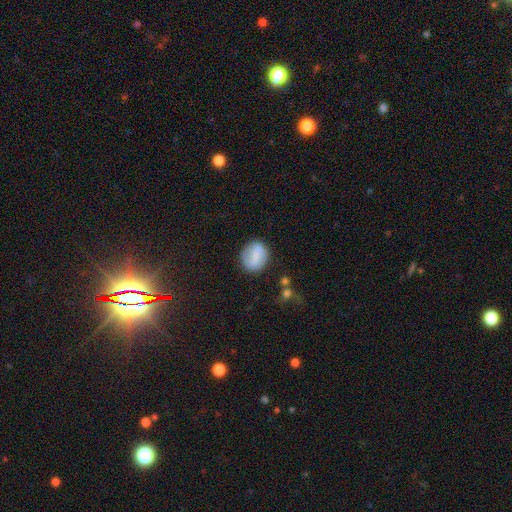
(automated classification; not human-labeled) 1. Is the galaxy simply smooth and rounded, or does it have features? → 59% smooth, 33% featured or disk, 8% star or artifact.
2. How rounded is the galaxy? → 70% round, 28% in between, 1% cigar-shaped.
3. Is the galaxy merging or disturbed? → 82% none, 12% minor disturbance, 4% major disturbance, 2% merger.